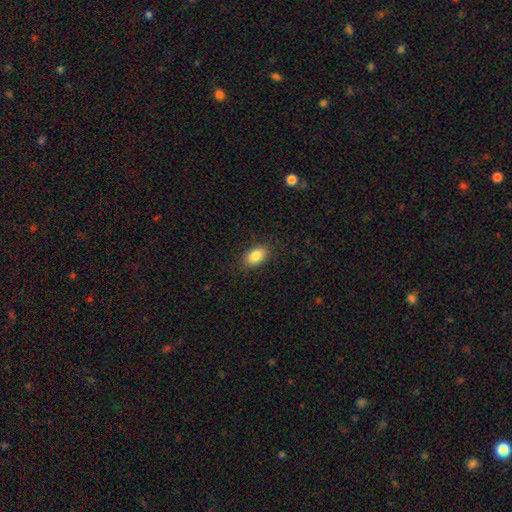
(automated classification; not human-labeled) Smooth or featured? Predicted: smooth (p=0.85). How rounded? Predicted: in between (p=0.90). Merging? Predicted: none (p=0.87).